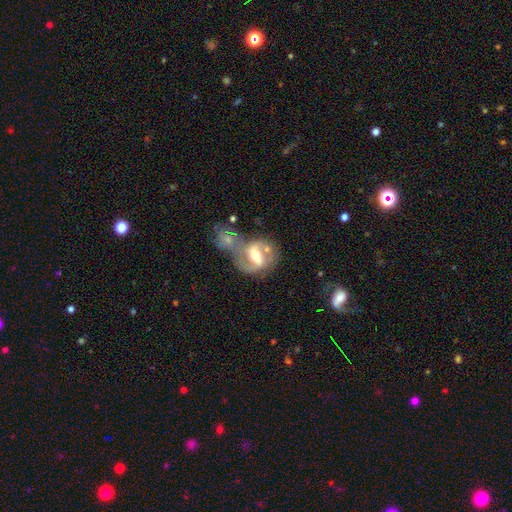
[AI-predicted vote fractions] featured or disk 76%, smooth 18%, star or artifact 6%. Down the decision tree: edge-on disk — no (95%); bar — strong (53%); spiral arms — yes (78%); spiral arm count — 2 (82%); spiral winding — medium (47%); bulge size — moderate (66%); merging — merger (46%).